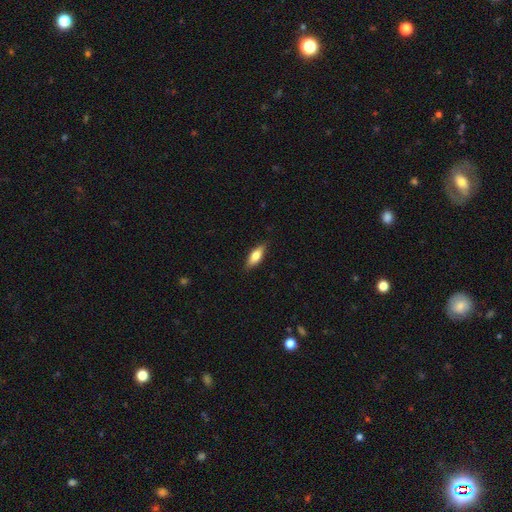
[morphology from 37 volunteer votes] A smooth galaxy with no disk features (65%) that is in between round and cigar-shaped (75%).

Vote fractions:
- Smooth or featured? smooth: 65% / featured or disk: 27% / star or artifact: 8%
- How rounded? in between: 75% / cigar-shaped: 21% / round: 4%
- Merging? none: 76% / minor disturbance: 21% / merger: 3% / major disturbance: 0%